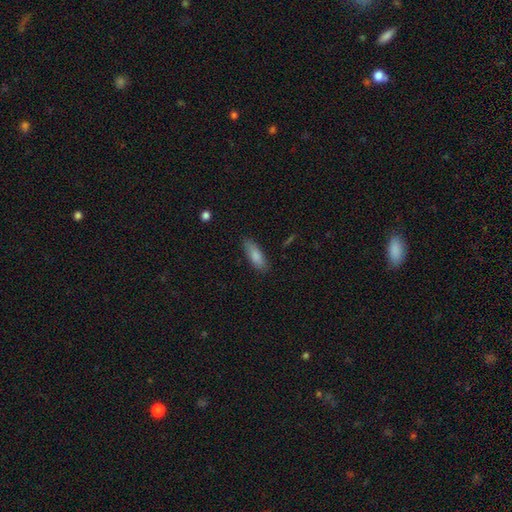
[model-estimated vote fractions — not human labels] Smooth or featured? Predicted: smooth (p=0.84). How rounded? Predicted: in between (p=0.65). Merging? Predicted: none (p=0.82).